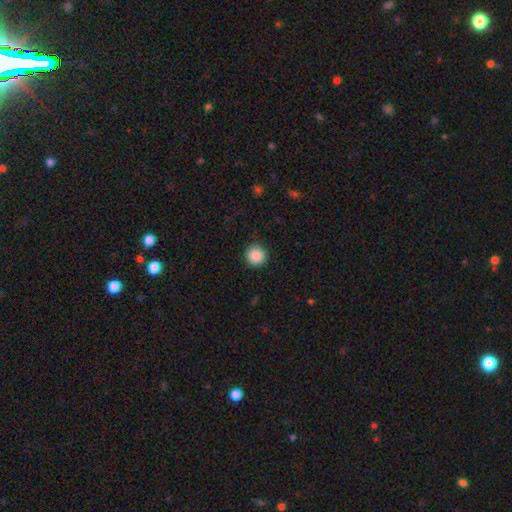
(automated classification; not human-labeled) Smooth or featured? smooth (88%)
How rounded? round (95%)
Merging? none (91%)